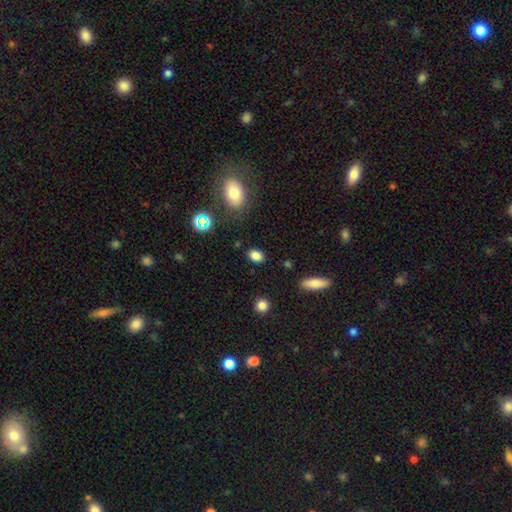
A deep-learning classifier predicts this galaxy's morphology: Smooth or featured?
  - smooth: 82% *
  - star or artifact: 13%
  - featured or disk: 5%
How rounded?
  - in between: 75% *
  - round: 23%
  - cigar-shaped: 2%
Merging?
  - none: 84% *
  - minor disturbance: 10%
  - major disturbance: 3%
  - merger: 2%